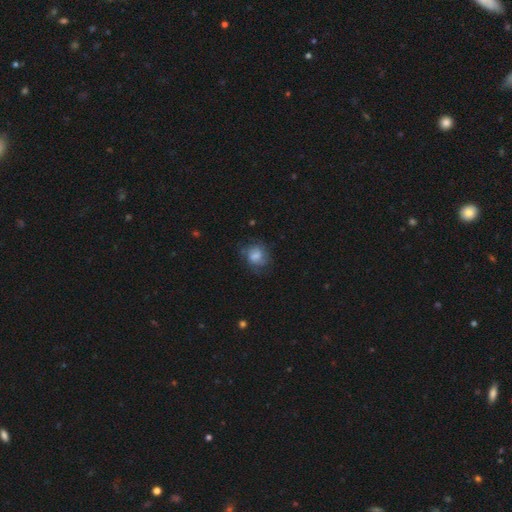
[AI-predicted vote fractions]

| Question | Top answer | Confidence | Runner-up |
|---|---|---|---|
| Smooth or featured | smooth | 59% | featured or disk (31%) |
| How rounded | round | 66% | in between (32%) |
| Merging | none | 62% | minor disturbance (23%) |